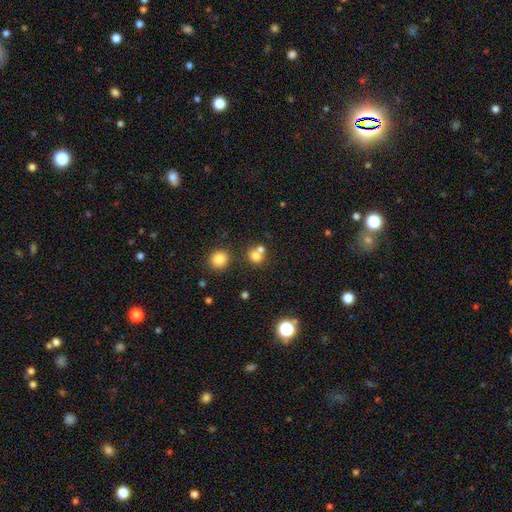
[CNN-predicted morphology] The model was most divided on "merging": none: 48%, merger: 41%, minor disturbance: 8%, major disturbance: 3%. More confident: how rounded — round (81%); smooth or featured — smooth (74%).